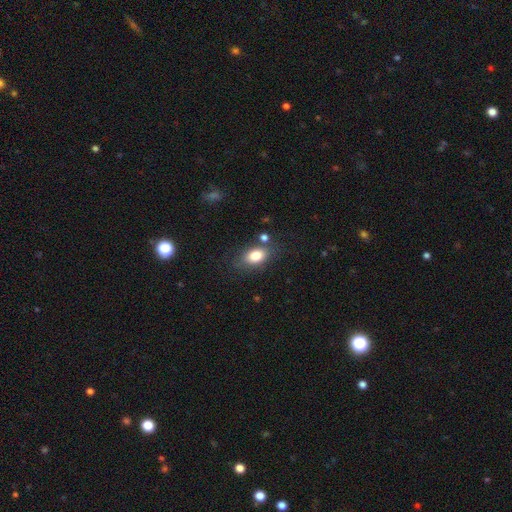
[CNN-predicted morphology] smooth 82%, featured or disk 10%, star or artifact 9%. Down the decision tree: how rounded — in between (86%); merging — none (73%).